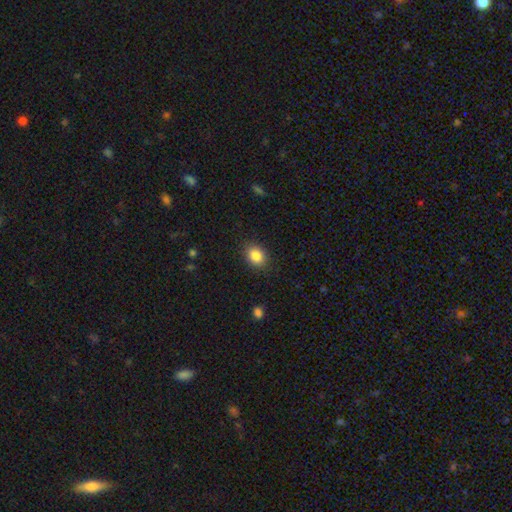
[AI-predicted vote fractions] Smooth or featured?
  - smooth: 86% *
  - star or artifact: 9%
  - featured or disk: 5%
How rounded?
  - in between: 61% *
  - round: 38%
  - cigar-shaped: 1%
Merging?
  - none: 87% *
  - minor disturbance: 9%
  - major disturbance: 3%
  - merger: 1%